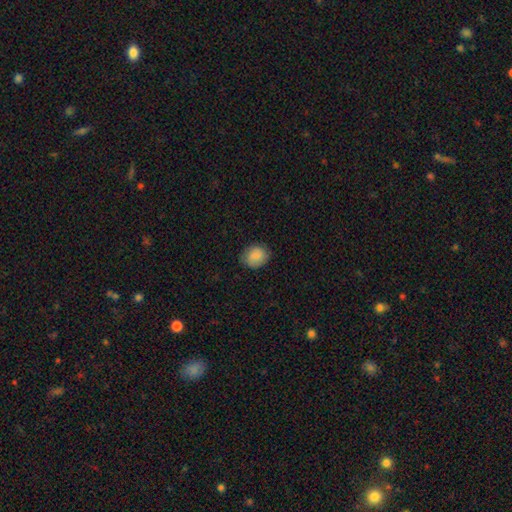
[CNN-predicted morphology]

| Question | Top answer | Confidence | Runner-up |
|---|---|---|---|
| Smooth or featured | smooth | 86% | star or artifact (7%) |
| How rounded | round | 64% | in between (35%) |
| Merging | none | 81% | minor disturbance (15%) |